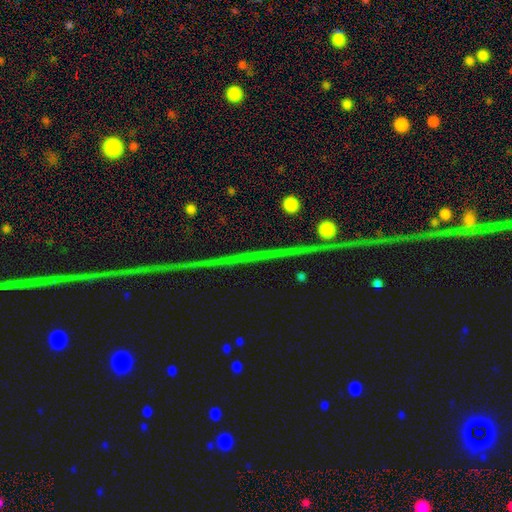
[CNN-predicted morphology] Overall: star or artifact (78%).